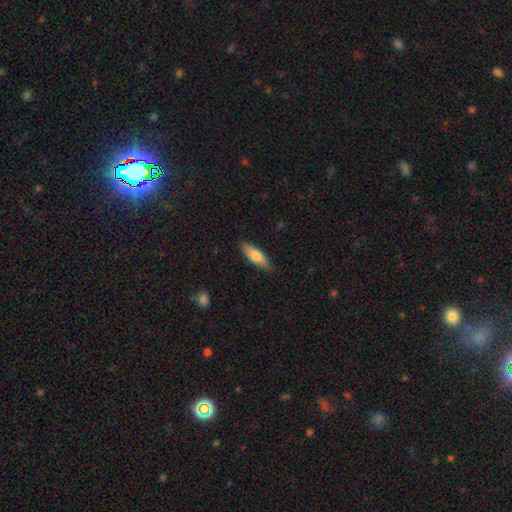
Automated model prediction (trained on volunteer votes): The model was most divided on "how rounded": in between: 51%, cigar-shaped: 47%, round: 2%. More confident: merging — none (86%); smooth or featured — smooth (74%).